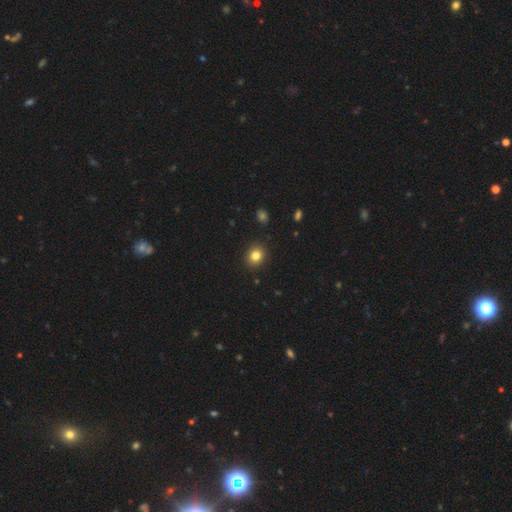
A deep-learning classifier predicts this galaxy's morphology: This is clearly a smooth galaxy (83%). How rounded: likely round (76%). Merging: clearly none (90%).